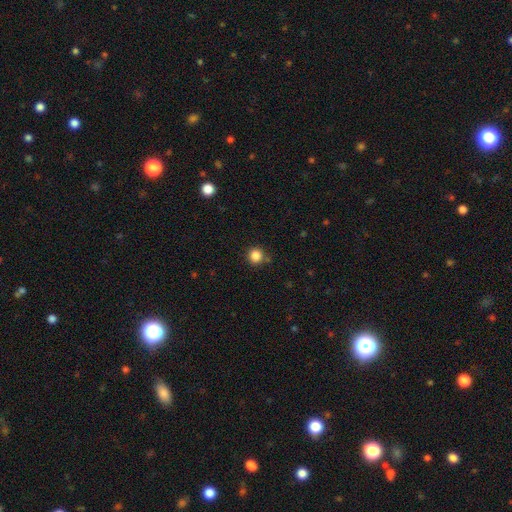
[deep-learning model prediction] smooth-or-featured: smooth: 85% | star or artifact: 11% | featured or disk: 3%
  how-rounded: round: 93% | in between: 6% | cigar-shaped: 1%
  merging: none: 82% | minor disturbance: 11% | merger: 4% | major disturbance: 3%